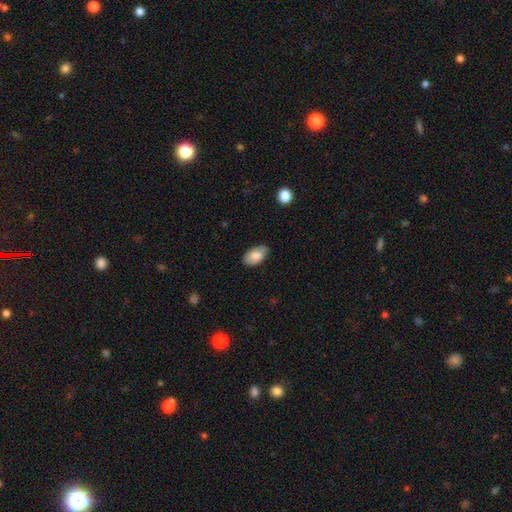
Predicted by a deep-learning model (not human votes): Smooth or featured?
  - smooth: 78% *
  - featured or disk: 15%
  - star or artifact: 7%
How rounded?
  - in between: 94% *
  - round: 5%
  - cigar-shaped: 2%
Merging?
  - none: 75% *
  - minor disturbance: 20%
  - major disturbance: 4%
  - merger: 1%